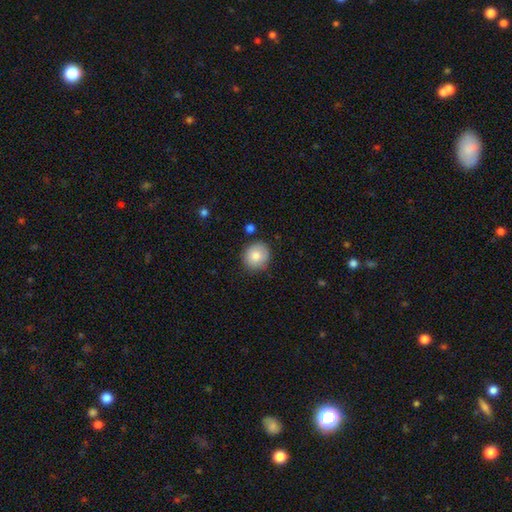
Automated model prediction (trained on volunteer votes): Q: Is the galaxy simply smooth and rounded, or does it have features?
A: smooth — 83%.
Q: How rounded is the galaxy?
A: round — 89%.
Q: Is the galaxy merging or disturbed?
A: none — 83%.